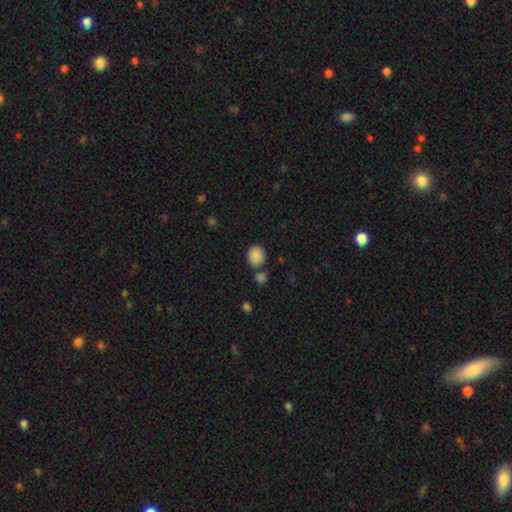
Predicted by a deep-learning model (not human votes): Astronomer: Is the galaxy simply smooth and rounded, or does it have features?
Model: smooth — 87%.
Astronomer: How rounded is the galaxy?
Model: round — 60% (runner-up: in between, 39%).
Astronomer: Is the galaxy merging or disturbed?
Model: none — 69%.